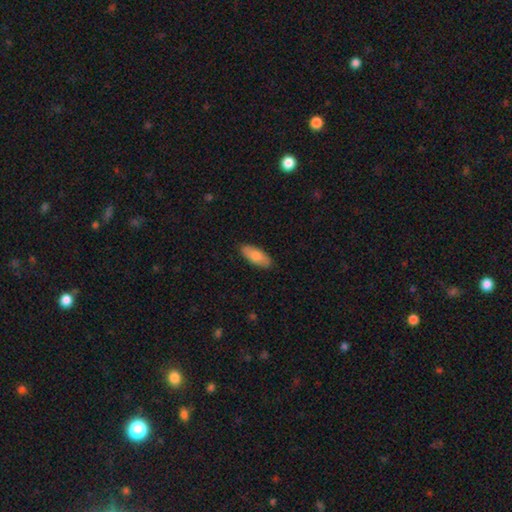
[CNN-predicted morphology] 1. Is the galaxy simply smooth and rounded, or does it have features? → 80% smooth, 14% featured or disk, 6% star or artifact.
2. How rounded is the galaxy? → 81% in between, 17% cigar-shaped, 2% round.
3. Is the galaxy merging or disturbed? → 87% none, 10% minor disturbance, 2% major disturbance, 1% merger.